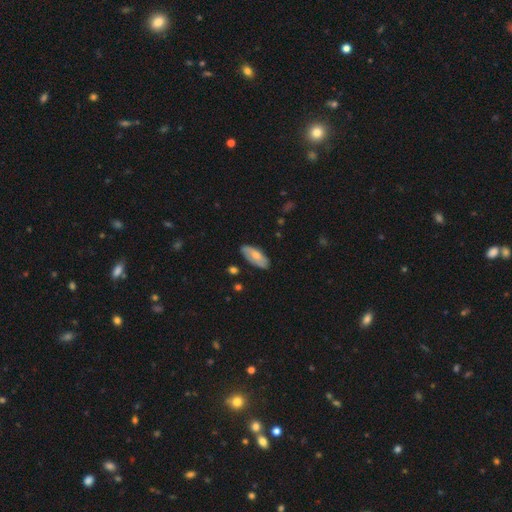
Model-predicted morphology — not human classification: Q: Smooth or featured?
A: smooth (63%); runner-up: featured or disk (31%)
Q: How rounded?
A: in between (84%); runner-up: cigar-shaped (14%)
Q: Merging?
A: none (80%); runner-up: minor disturbance (16%)